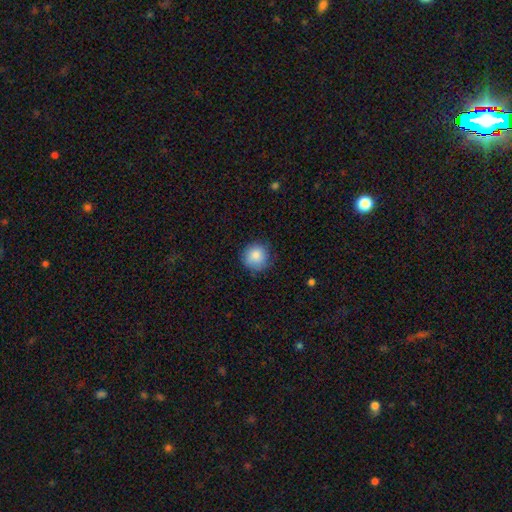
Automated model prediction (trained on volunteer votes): This is clearly a smooth galaxy (86%). How rounded: clearly round (93%). Merging: clearly none (82%).